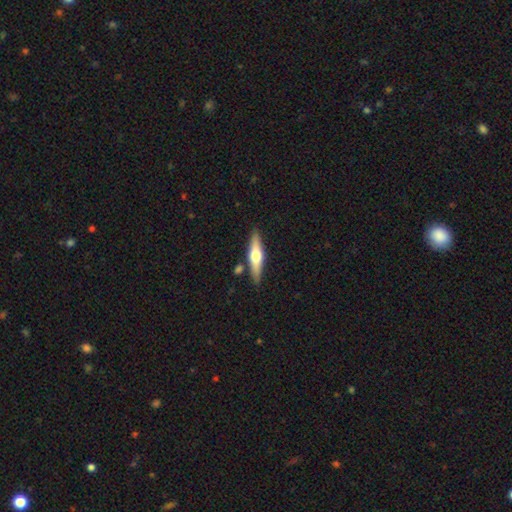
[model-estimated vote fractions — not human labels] A featured or disk galaxy (55%) viewed edge-on (94%) with a rounded central bulge (94%).

Vote fractions:
- Smooth or featured? featured or disk: 55% / smooth: 39% / star or artifact: 5%
- Edge-on disk? yes: 94% / no: 6%
- Edge-on bulge? rounded: 94% / boxy: 4% / none: 3%
- Merging? none: 84% / minor disturbance: 9% / merger: 5% / major disturbance: 2%